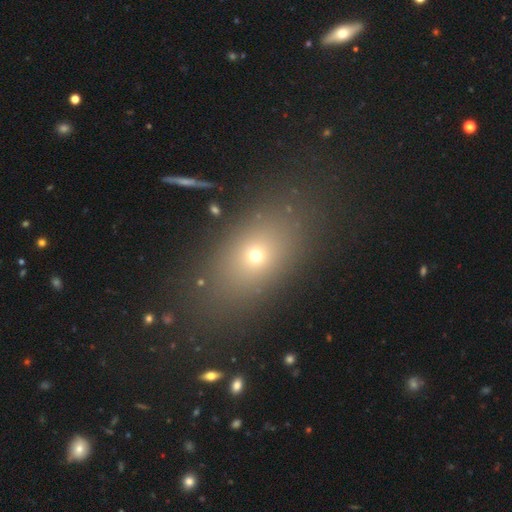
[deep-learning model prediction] smooth_or_featured: smooth (p=0.66) [alt: star or artifact p=0.19]
how_rounded: in between (p=0.74) [alt: round p=0.22]
merging: none (p=0.83) [alt: minor disturbance p=0.10]